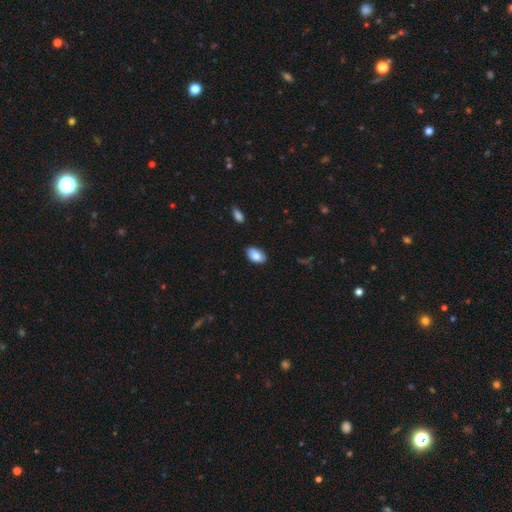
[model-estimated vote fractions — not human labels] Smooth or featured?
  - smooth: 85% *
  - featured or disk: 9%
  - star or artifact: 7%
How rounded?
  - in between: 93% *
  - round: 5%
  - cigar-shaped: 1%
Merging?
  - none: 82% *
  - minor disturbance: 14%
  - major disturbance: 2%
  - merger: 2%